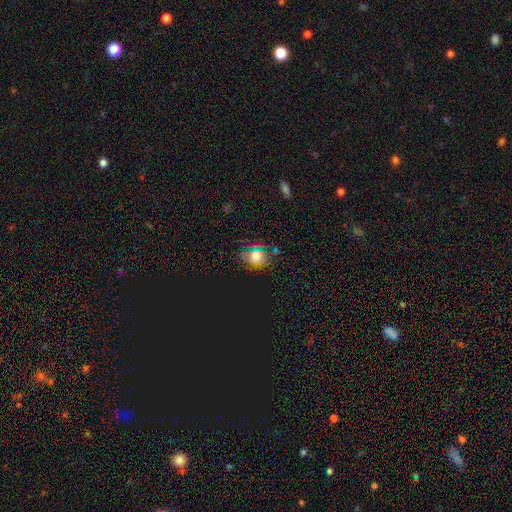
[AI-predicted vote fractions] The model was most divided on "how rounded": round: 54%, in between: 44%, cigar-shaped: 2%. More confident: merging — none (75%); smooth or featured — smooth (57%).